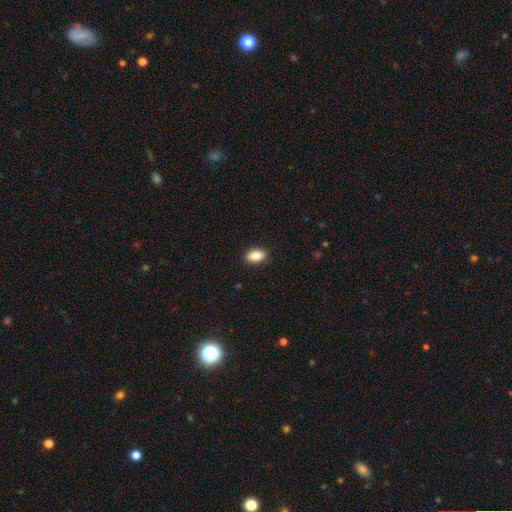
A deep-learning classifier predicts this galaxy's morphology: type=smooth (87%); roundness=in between (89%); merging=none (89%).